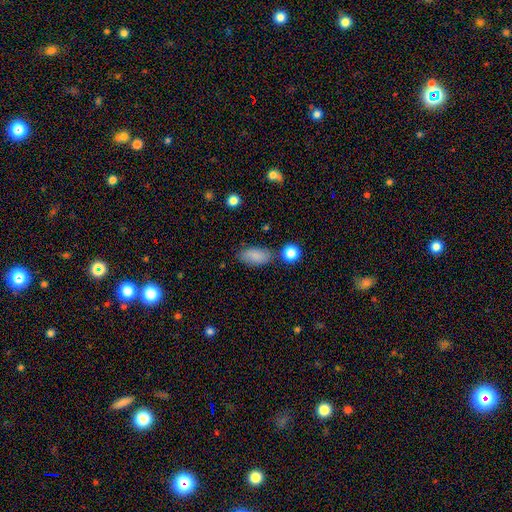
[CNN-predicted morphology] This appears to be a smooth galaxy with no disk features (85%) that is in between round and cigar-shaped (91%). Merging: none (75%).